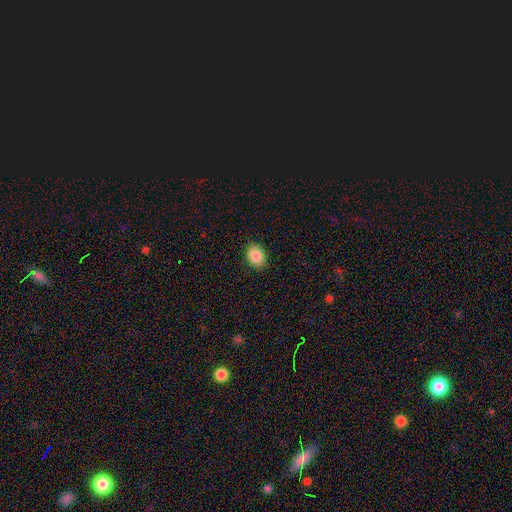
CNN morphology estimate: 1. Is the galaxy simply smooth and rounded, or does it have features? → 88% smooth, 8% star or artifact, 5% featured or disk.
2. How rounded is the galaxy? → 68% in between, 31% round, 1% cigar-shaped.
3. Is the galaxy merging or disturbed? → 89% none, 8% minor disturbance, 2% major disturbance, 1% merger.